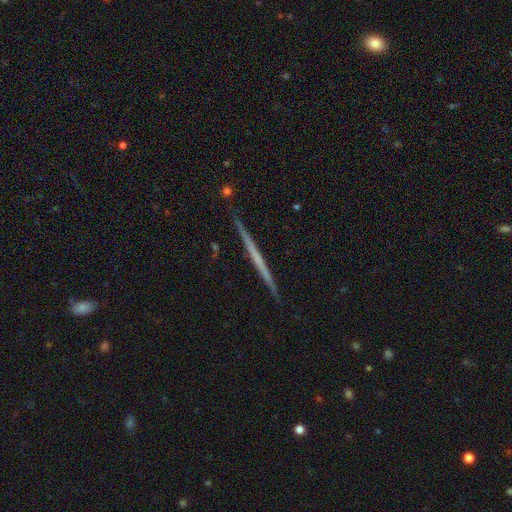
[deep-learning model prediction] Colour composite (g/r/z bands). It shows a featured or disk galaxy (65%) viewed edge-on (98%) with no central bulge (92%). Merging: none (91%).